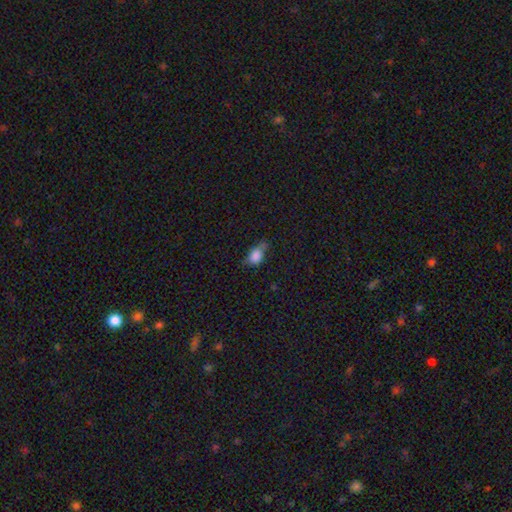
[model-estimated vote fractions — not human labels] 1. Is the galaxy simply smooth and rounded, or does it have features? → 78% smooth, 11% featured or disk, 10% star or artifact.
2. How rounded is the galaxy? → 72% in between, 24% round, 4% cigar-shaped.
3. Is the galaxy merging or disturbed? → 42% none, 39% minor disturbance, 14% major disturbance, 5% merger.